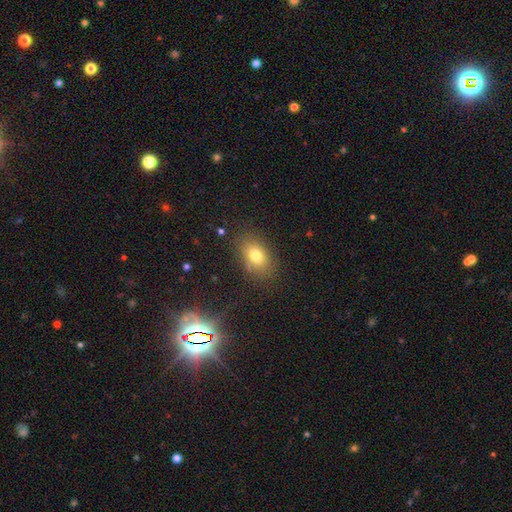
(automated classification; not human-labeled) A smooth galaxy with no disk features (74%) that is in between round and cigar-shaped (79%). Merging: none (79%).